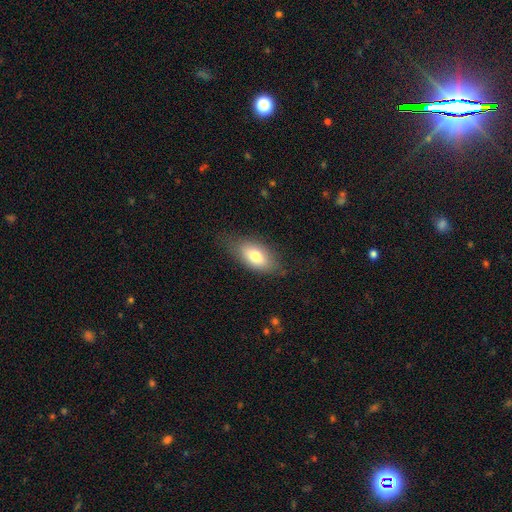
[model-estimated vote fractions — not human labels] The model was most divided on "merging": none: 73%, minor disturbance: 20%, major disturbance: 6%, merger: 1%. More confident: how rounded — in between (90%); smooth or featured — smooth (75%).